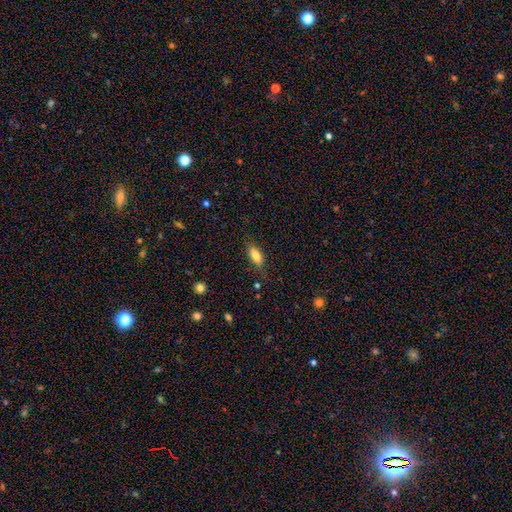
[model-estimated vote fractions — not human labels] smooth_or_featured: smooth (p=0.79) [alt: featured or disk p=0.13]
how_rounded: in between (p=0.79) [alt: cigar-shaped p=0.18]
merging: none (p=0.77) [alt: minor disturbance p=0.17]